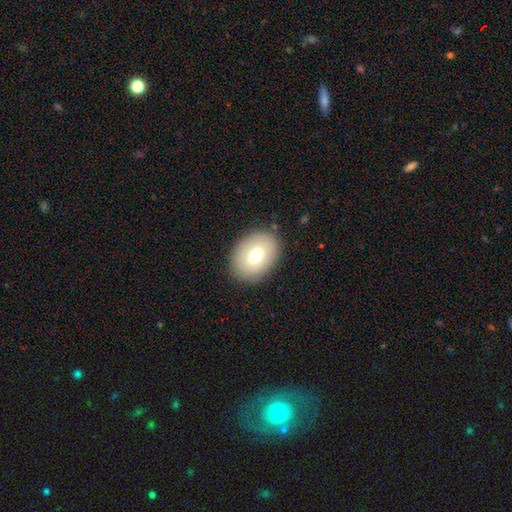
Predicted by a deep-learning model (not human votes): smooth_or_featured: smooth (p=0.70) [alt: featured or disk p=0.22]
how_rounded: in between (p=0.73) [alt: round p=0.26]
merging: none (p=0.85) [alt: minor disturbance p=0.10]